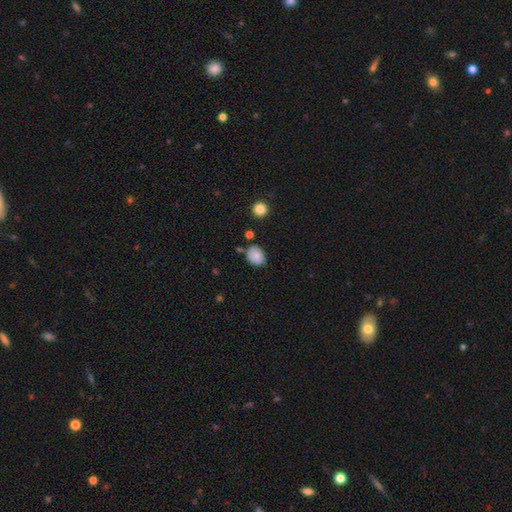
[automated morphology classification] Smooth or featured? Predicted: smooth (p=0.79). How rounded? Predicted: in between (p=0.52). Merging? Predicted: none (p=0.64).